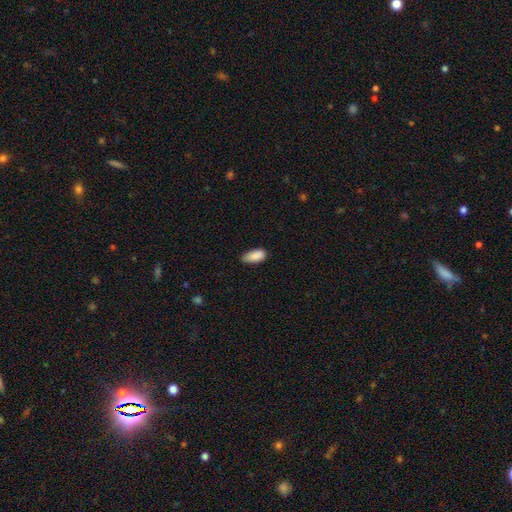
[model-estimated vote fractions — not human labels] Q: Smooth or featured?
A: smooth (89%); runner-up: star or artifact (7%)
Q: How rounded?
A: in between (89%); runner-up: cigar-shaped (8%)
Q: Merging?
A: none (72%); runner-up: minor disturbance (24%)